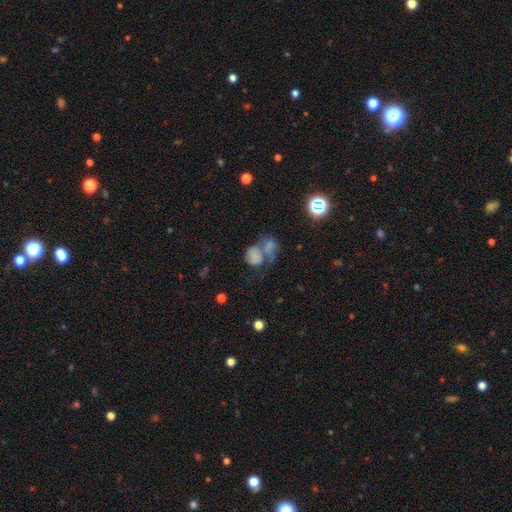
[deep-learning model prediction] This is likely a smooth galaxy (64%). How rounded: possibly round (51%). Merging: possibly merger (56%).